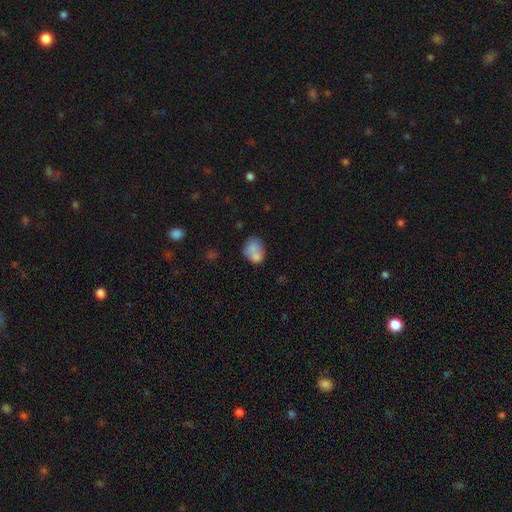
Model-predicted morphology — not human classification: Q: Smooth or featured?
A: smooth (75%); runner-up: featured or disk (16%)
Q: How rounded?
A: in between (57%); runner-up: round (42%)
Q: Merging?
A: none (44%); runner-up: merger (29%)